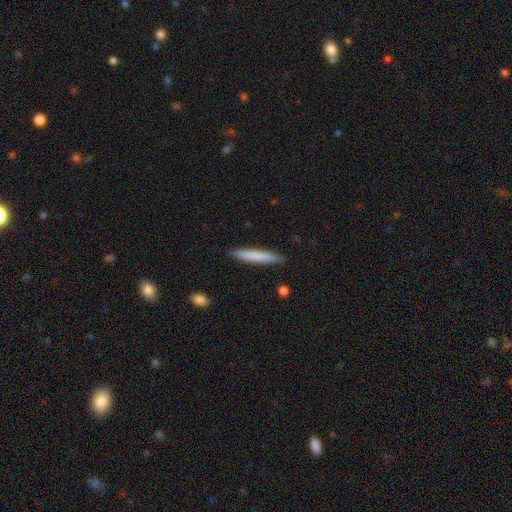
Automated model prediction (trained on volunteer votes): smooth_or_featured: smooth (p=0.76) [alt: featured or disk p=0.18]
how_rounded: cigar-shaped (p=0.94) [alt: in between p=0.05]
merging: none (p=0.89) [alt: minor disturbance p=0.08]